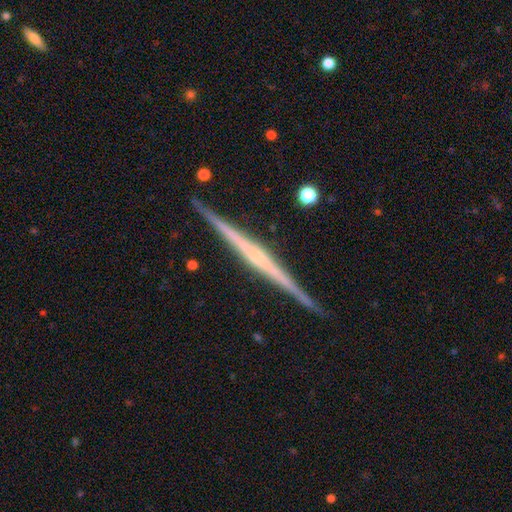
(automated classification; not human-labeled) Smooth or featured: featured or disk — 83% (smooth — 12%)
Edge-on disk: yes — 99% (no — 1%)
Edge-on bulge: none — 41% (rounded — 39%)
Merging: none — 91% (minor disturbance — 6%)